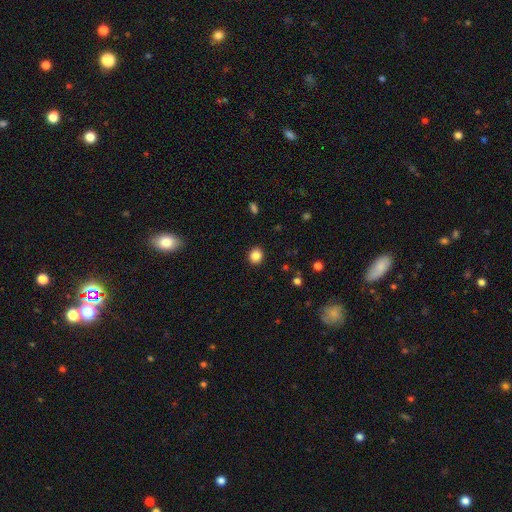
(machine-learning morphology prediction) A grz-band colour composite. It shows a smooth galaxy with no disk features (86%) that is round (83%). Merging: none (91%).